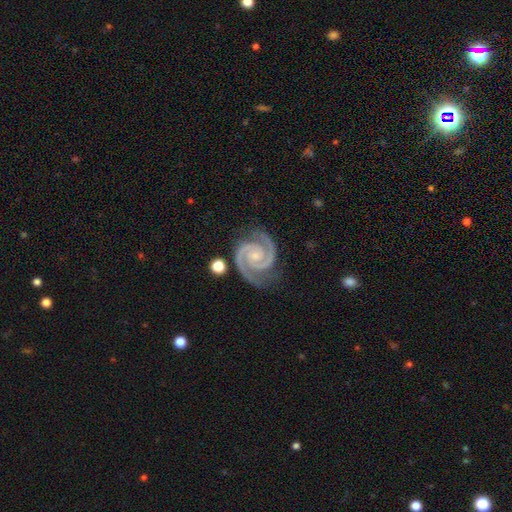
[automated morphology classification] Q: Smooth or featured?
A: featured or disk (94%); runner-up: star or artifact (4%)
Q: Edge-on disk?
A: no (98%); runner-up: yes (2%)
Q: Bar?
A: no (65%); runner-up: weak (25%)
Q: Spiral arms?
A: yes (99%); runner-up: no (1%)
Q: Spiral winding?
A: tight (68%); runner-up: medium (30%)
Q: Spiral arm count?
A: 2 (93%); runner-up: 3 (3%)
Q: Bulge size?
A: small (64%); runner-up: moderate (23%)
Q: Merging?
A: none (83%); runner-up: minor disturbance (12%)